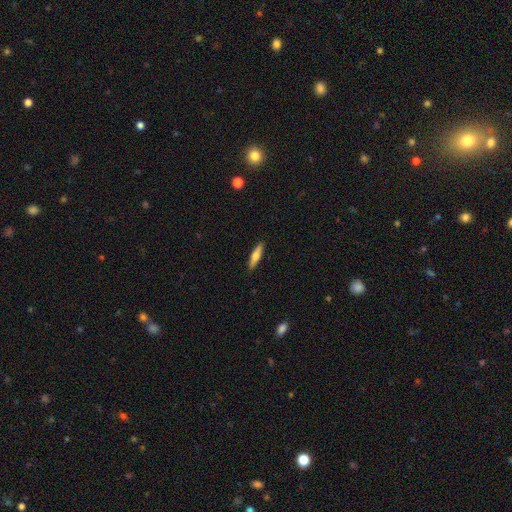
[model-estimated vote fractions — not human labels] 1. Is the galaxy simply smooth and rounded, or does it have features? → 60% smooth, 34% featured or disk, 6% star or artifact.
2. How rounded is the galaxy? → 78% cigar-shaped, 20% in between, 2% round.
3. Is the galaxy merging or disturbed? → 91% none, 7% minor disturbance, 1% major disturbance, 1% merger.